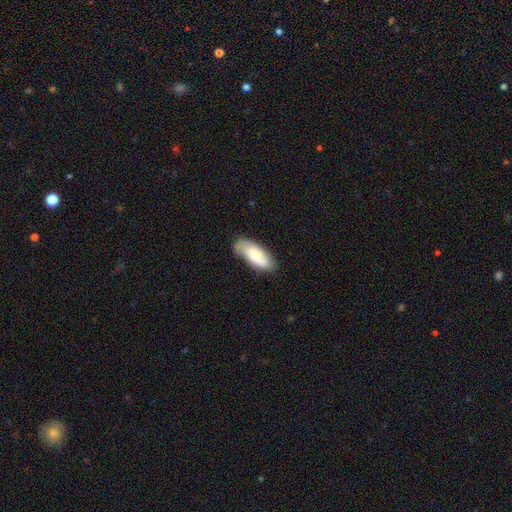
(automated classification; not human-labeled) A smooth galaxy with no disk features (72%) that is in between round and cigar-shaped (80%).

Vote fractions:
- Smooth or featured? smooth: 72% / featured or disk: 21% / star or artifact: 6%
- How rounded? in between: 80% / cigar-shaped: 18% / round: 2%
- Merging? none: 67% / minor disturbance: 24% / major disturbance: 5% / merger: 3%